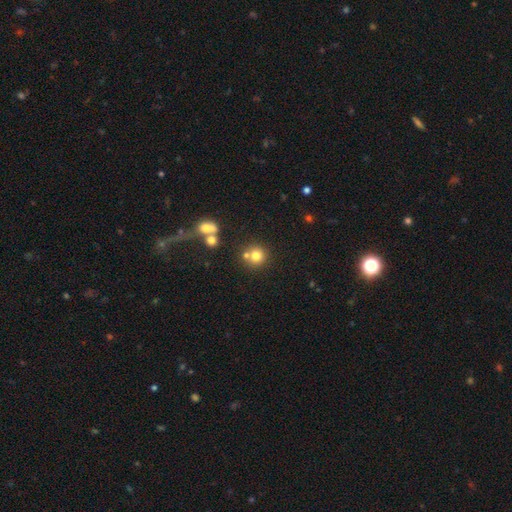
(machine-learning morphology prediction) smooth_or_featured: smooth (p=0.76) [alt: star or artifact p=0.13]
how_rounded: round (p=0.90) [alt: in between p=0.09]
merging: none (p=0.61) [alt: merger p=0.26]